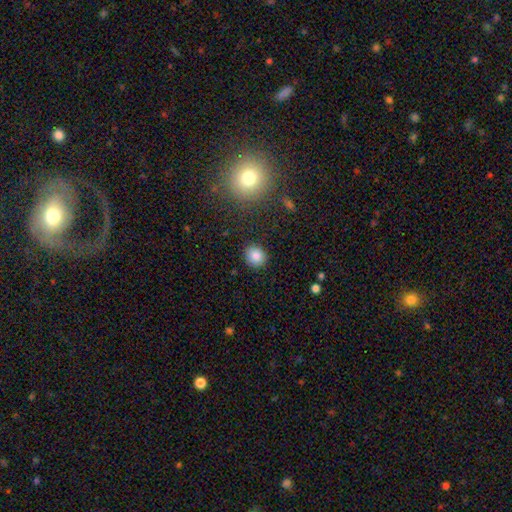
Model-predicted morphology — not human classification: Q: Smooth or featured?
A: smooth (84%); runner-up: star or artifact (10%)
Q: How rounded?
A: round (80%); runner-up: in between (19%)
Q: Merging?
A: none (88%); runner-up: minor disturbance (8%)